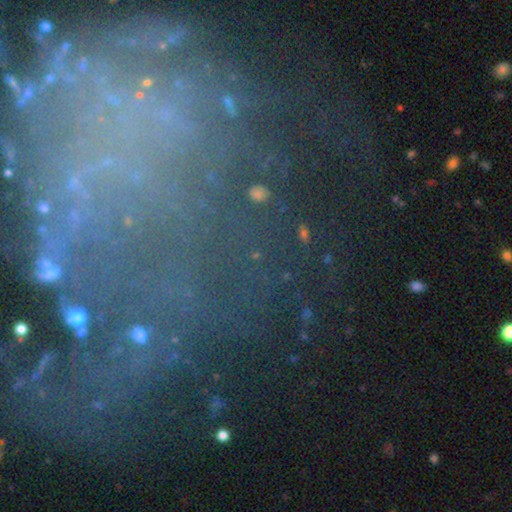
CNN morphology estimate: type=star or artifact (50%).